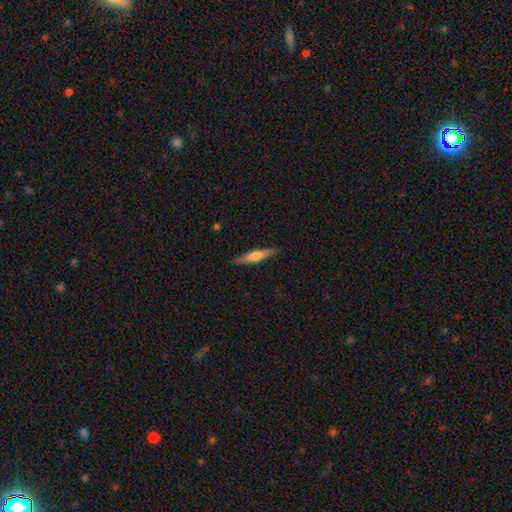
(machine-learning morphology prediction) Smooth or featured?
  - featured or disk: 55% *
  - smooth: 39%
  - star or artifact: 6%
Edge-on disk?
  - yes: 96% *
  - no: 4%
Edge-on bulge?
  - rounded: 85% *
  - boxy: 9%
  - none: 7%
Merging?
  - none: 89% *
  - minor disturbance: 8%
  - major disturbance: 2%
  - merger: 1%